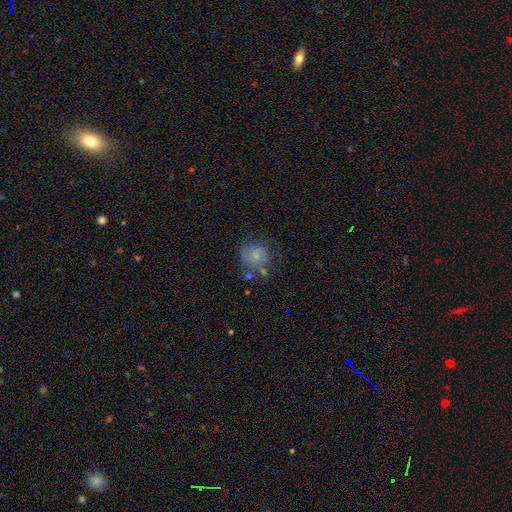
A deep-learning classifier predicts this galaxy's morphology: type=smooth (53%); roundness=round (67%); merging=none (47%).